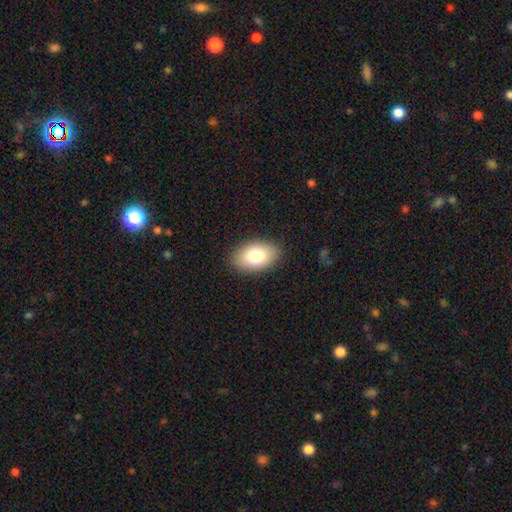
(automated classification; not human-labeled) A smooth galaxy with no disk features (78%) that is in between round and cigar-shaped (90%). Merging: none (88%).